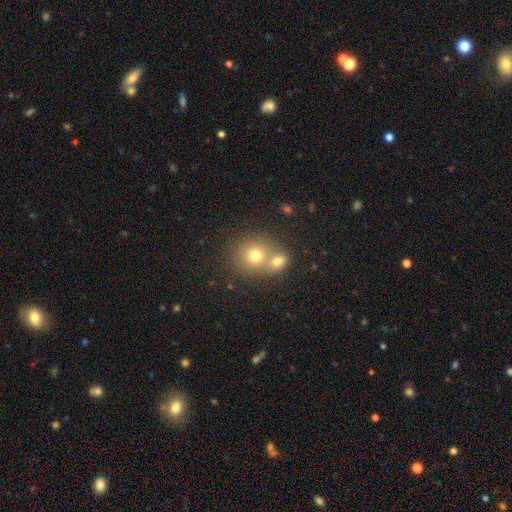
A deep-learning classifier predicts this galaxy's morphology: type=smooth (71%); roundness=round (81%); merging=merger (53%).